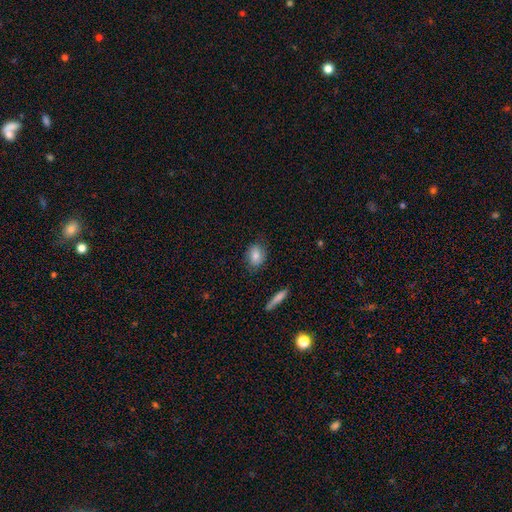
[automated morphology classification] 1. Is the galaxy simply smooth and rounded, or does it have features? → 80% smooth, 13% featured or disk, 7% star or artifact.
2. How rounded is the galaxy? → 66% in between, 31% round, 3% cigar-shaped.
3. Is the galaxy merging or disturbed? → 78% none, 17% minor disturbance, 4% major disturbance, 2% merger.